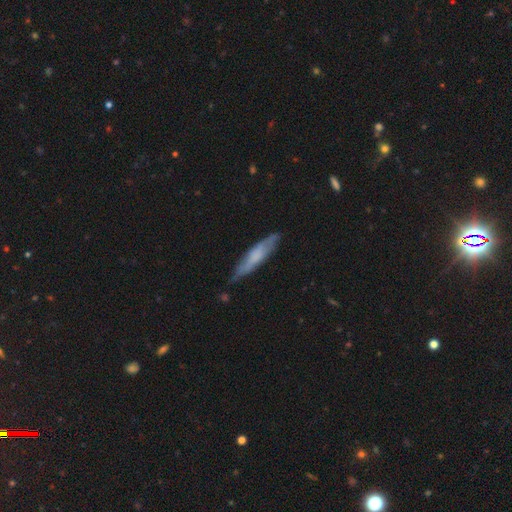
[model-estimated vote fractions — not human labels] Overall: smooth (51%; featured or disk 42%). How rounded: cigar-shaped (84%). Merging: none (75%).